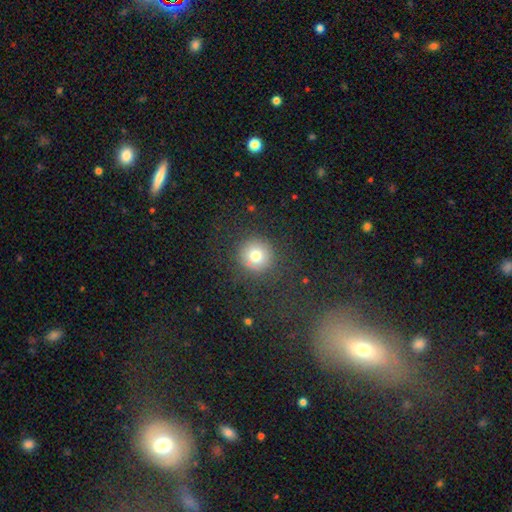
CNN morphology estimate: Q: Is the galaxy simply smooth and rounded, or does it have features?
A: smooth — 75%.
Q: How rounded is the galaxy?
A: round — 93%.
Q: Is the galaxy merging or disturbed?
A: none — 84%.